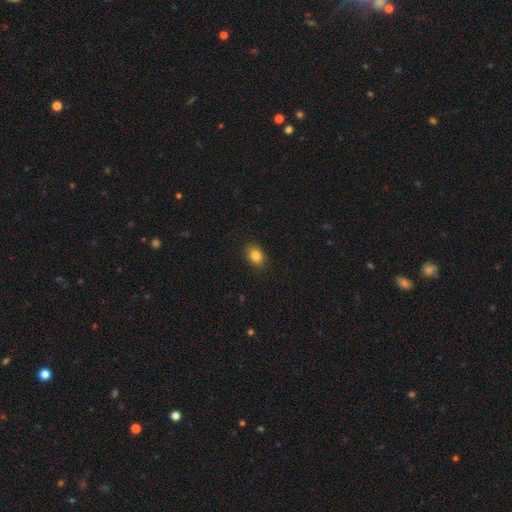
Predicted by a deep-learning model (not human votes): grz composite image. It shows a smooth galaxy with no disk features (84%) that is in between round and cigar-shaped (72%). Merging: none (89%).